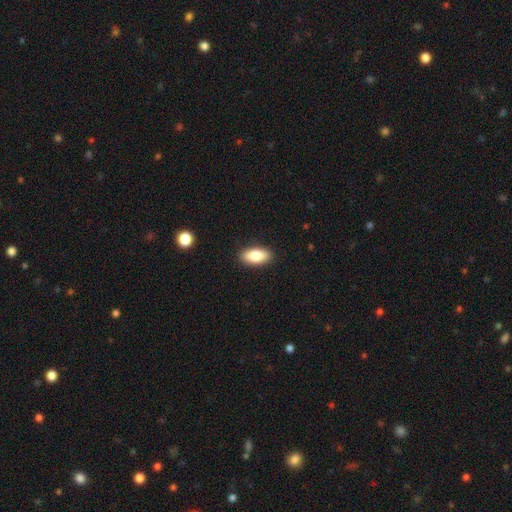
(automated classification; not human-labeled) Smooth or featured?
  - smooth: 83% *
  - featured or disk: 10%
  - star or artifact: 7%
How rounded?
  - in between: 90% *
  - cigar-shaped: 7%
  - round: 3%
Merging?
  - none: 89% *
  - minor disturbance: 8%
  - major disturbance: 2%
  - merger: 1%